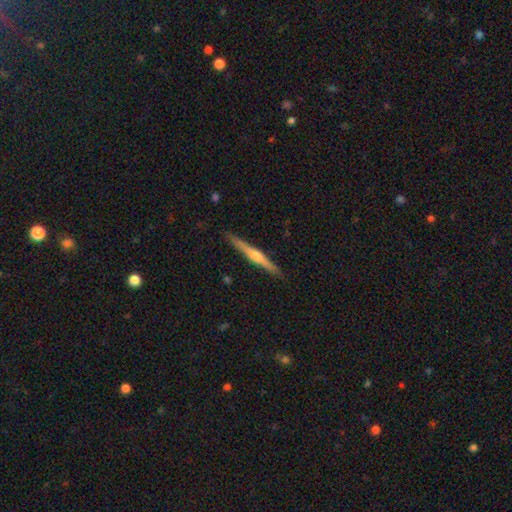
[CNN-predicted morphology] Smooth or featured? featured or disk (73%)
Edge-on disk? yes (98%)
Edge-on bulge? rounded (86%)
Merging? none (91%)